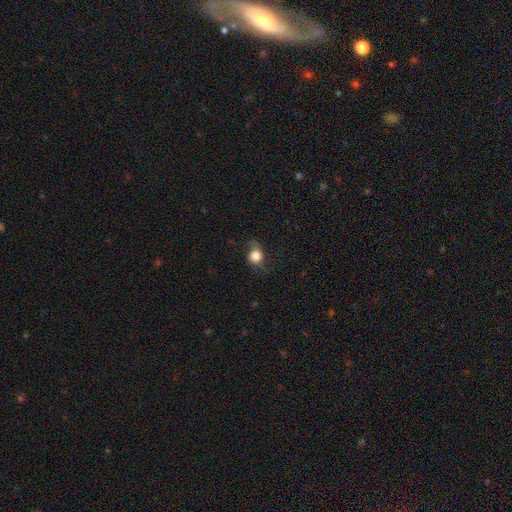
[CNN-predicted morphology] Smooth or featured?
  - smooth: 69% *
  - featured or disk: 21%
  - star or artifact: 10%
How rounded?
  - round: 73% *
  - in between: 25%
  - cigar-shaped: 1%
Merging?
  - none: 58% *
  - minor disturbance: 25%
  - major disturbance: 16%
  - merger: 2%